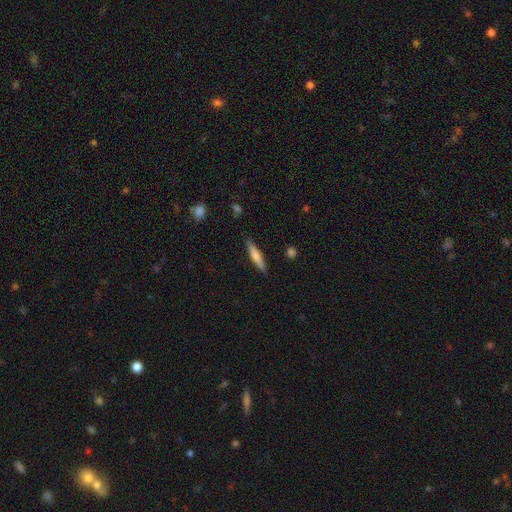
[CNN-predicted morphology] smooth 66%, featured or disk 29%, star or artifact 6%. Down the decision tree: how rounded — cigar-shaped (89%); merging — none (88%).